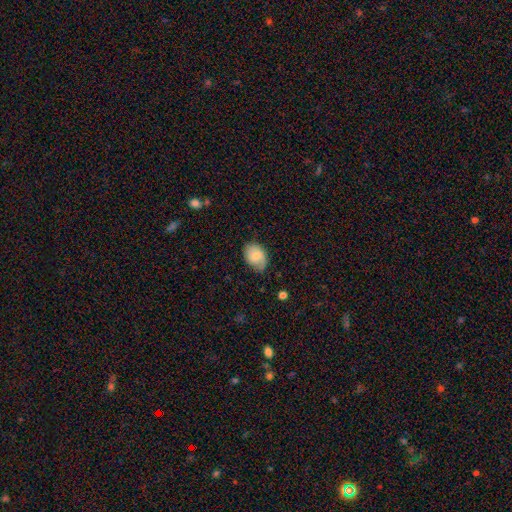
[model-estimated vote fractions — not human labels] Overall: smooth (68%). How rounded: in between (76%). Merging: none (64%; minor disturbance 28%).